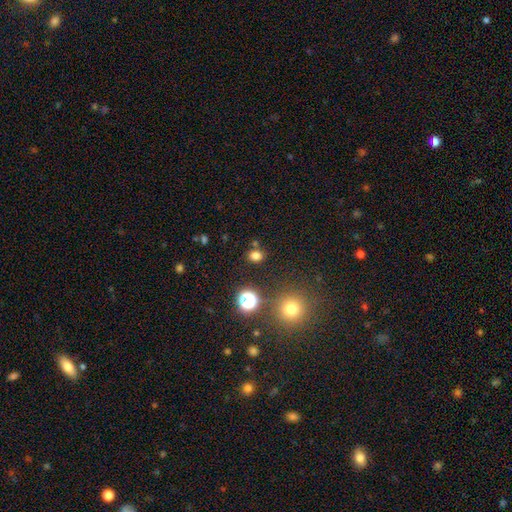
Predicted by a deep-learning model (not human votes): A smooth galaxy with no disk features (75%) that is round (63%).

Vote fractions:
- Smooth or featured? smooth: 75% / star or artifact: 20% / featured or disk: 5%
- How rounded? round: 63% / in between: 36% / cigar-shaped: 1%
- Merging? none: 80% / minor disturbance: 10% / merger: 7% / major disturbance: 3%